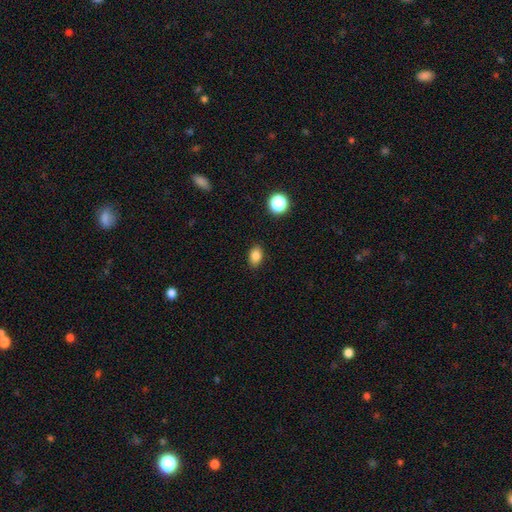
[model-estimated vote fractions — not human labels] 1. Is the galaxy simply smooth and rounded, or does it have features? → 84% smooth, 11% star or artifact, 6% featured or disk.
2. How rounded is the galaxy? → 80% in between, 19% round, 1% cigar-shaped.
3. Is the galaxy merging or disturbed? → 89% none, 8% minor disturbance, 2% major disturbance, 1% merger.